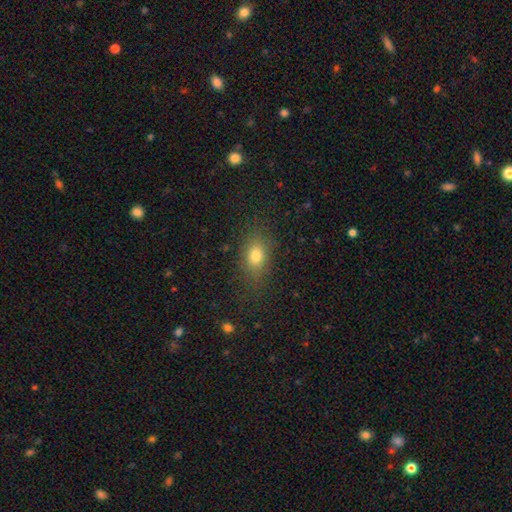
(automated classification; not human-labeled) A smooth galaxy with no disk features (77%) that is in between round and cigar-shaped (72%).

Vote fractions:
- Smooth or featured? smooth: 77% / star or artifact: 13% / featured or disk: 10%
- How rounded? in between: 72% / round: 24% / cigar-shaped: 4%
- Merging? none: 80% / minor disturbance: 14% / major disturbance: 5% / merger: 1%